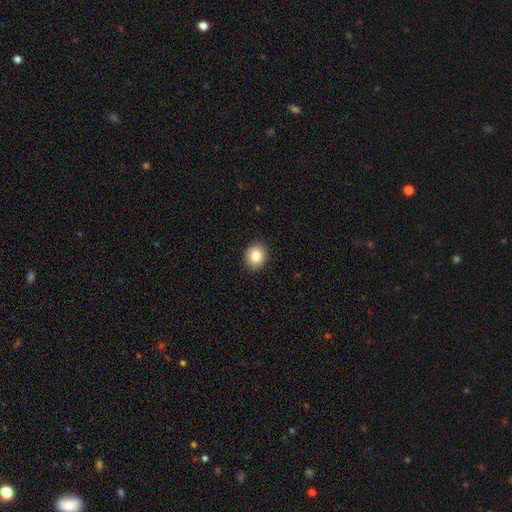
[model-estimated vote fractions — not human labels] This is clearly a smooth galaxy (84%). How rounded: likely round (72%). Merging: clearly none (91%).